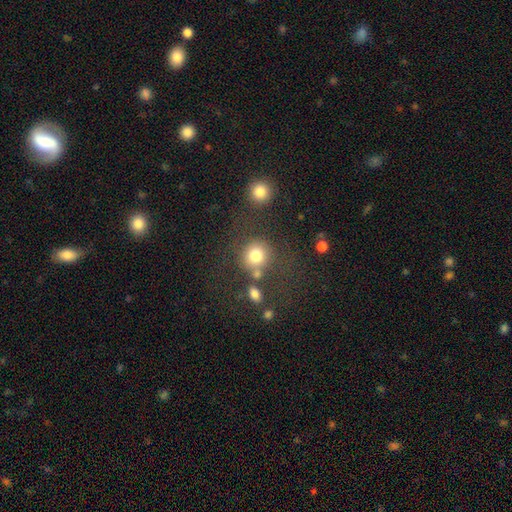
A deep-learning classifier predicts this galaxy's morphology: This is likely a smooth galaxy (78%). How rounded: clearly round (85%). Merging: likely none (64%).